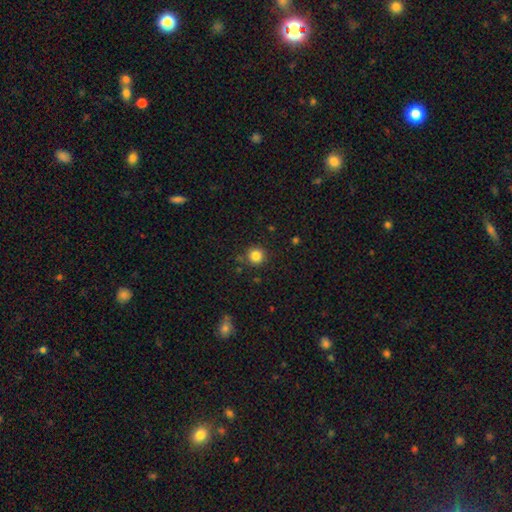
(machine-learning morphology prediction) A smooth galaxy with no disk features (83%) that is round (94%).

Vote fractions:
- Smooth or featured? smooth: 83% / star or artifact: 12% / featured or disk: 5%
- How rounded? round: 94% / in between: 5% / cigar-shaped: 1%
- Merging? none: 87% / minor disturbance: 8% / merger: 3% / major disturbance: 2%